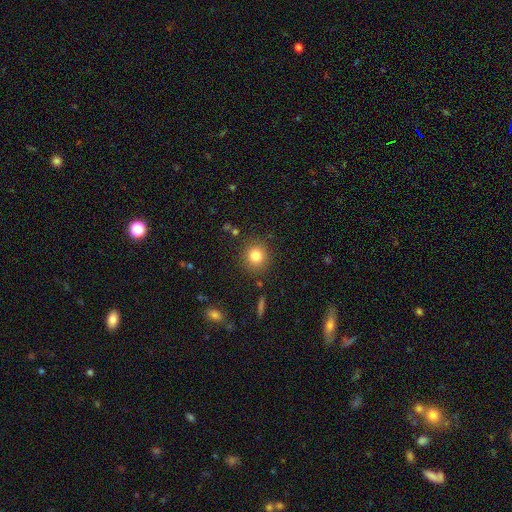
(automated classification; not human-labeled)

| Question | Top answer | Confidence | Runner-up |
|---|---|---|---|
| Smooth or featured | smooth | 81% | star or artifact (11%) |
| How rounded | round | 88% | in between (11%) |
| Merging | none | 87% | minor disturbance (8%) |